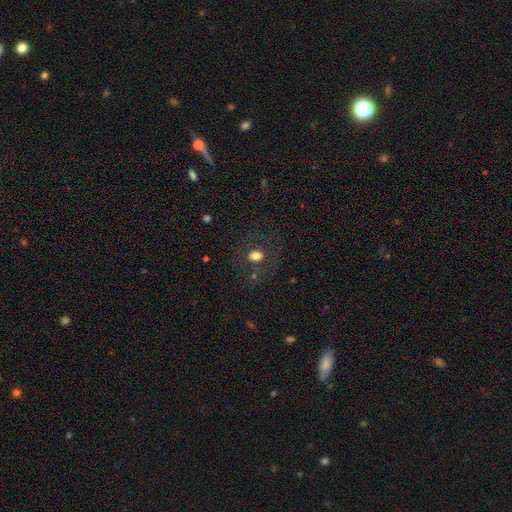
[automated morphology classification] type=smooth (69%); roundness=round (51%); merging=none (78%).